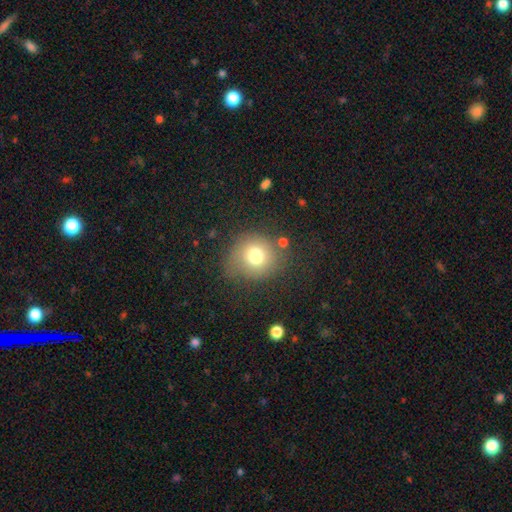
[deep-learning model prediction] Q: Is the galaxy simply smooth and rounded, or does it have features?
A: smooth — 74%.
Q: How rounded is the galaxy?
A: round — 83%.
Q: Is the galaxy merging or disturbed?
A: none — 68%.